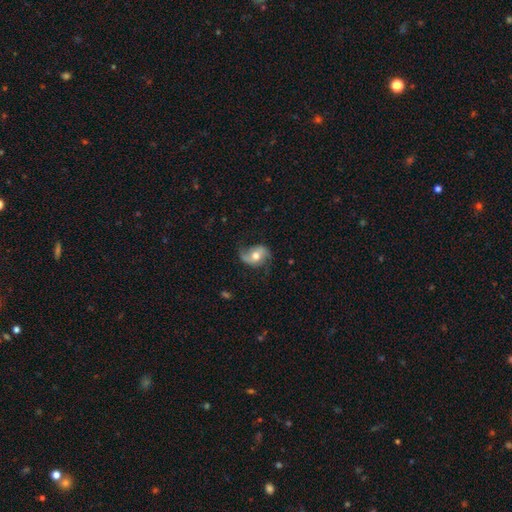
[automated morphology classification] This is likely a featured or disk galaxy (73%). It is clearly not viewed edge-on (97%). Bar: possibly no (56%). Spiral arm pattern: clearly yes (92%). Spiral arm count: clearly 2 (86%). Spiral winding: possibly loose (56%). Central bulge: likely moderate (73%). Merging: likely none (65%).